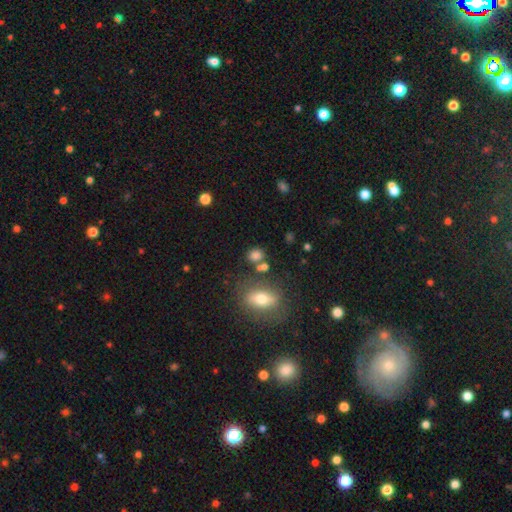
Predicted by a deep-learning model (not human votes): smooth_or_featured: smooth (p=0.77) [alt: star or artifact p=0.15]
how_rounded: round (p=0.61) [alt: in between p=0.36]
merging: none (p=0.66) [alt: merger p=0.16]